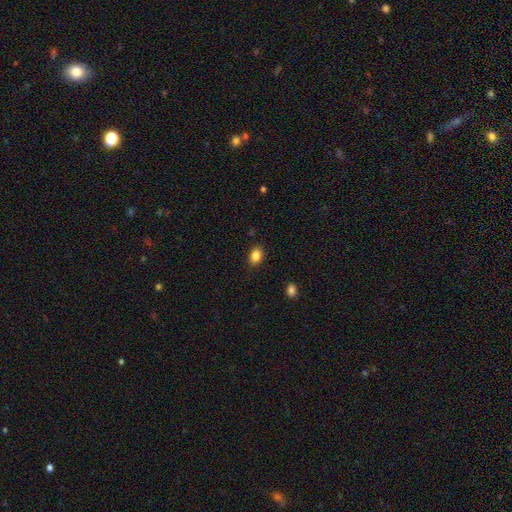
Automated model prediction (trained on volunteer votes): A smooth galaxy with no disk features (85%) that is in between round and cigar-shaped (77%). Merging: none (86%).